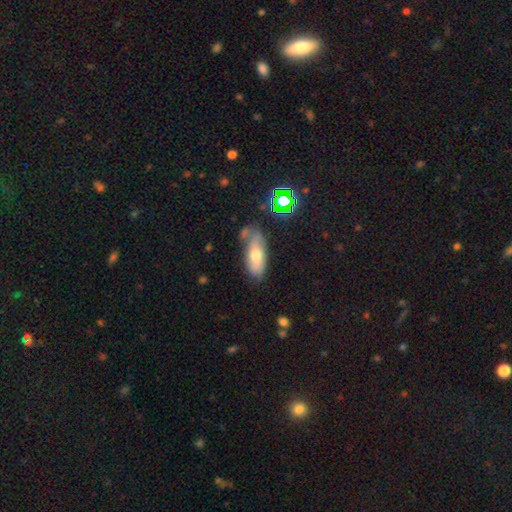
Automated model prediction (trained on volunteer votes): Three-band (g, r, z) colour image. It shows a smooth galaxy with no disk features (63%) that is in between round and cigar-shaped (77%). Merging: none (58%).